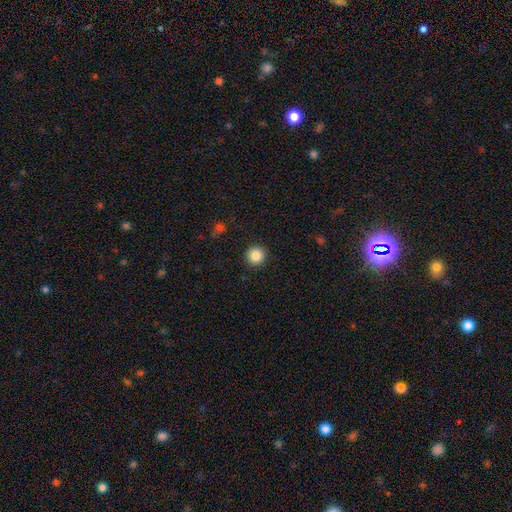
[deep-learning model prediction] This is clearly a smooth galaxy (85%). How rounded: clearly round (94%). Merging: clearly none (92%).